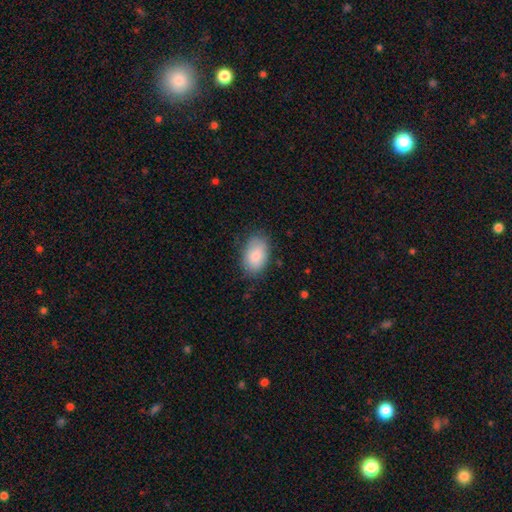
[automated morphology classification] This appears to be a smooth galaxy with no disk features (85%) that is in between round and cigar-shaped (91%). Merging: none (79%).